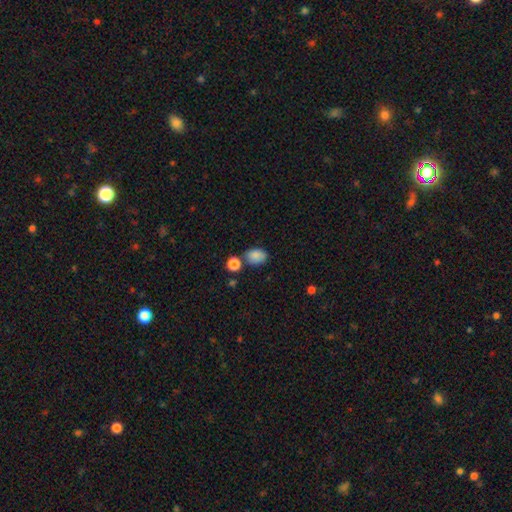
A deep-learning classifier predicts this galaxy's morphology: Smooth or featured: smooth — 85% (star or artifact — 9%)
How rounded: in between — 72% (round — 27%)
Merging: none — 65% (minor disturbance — 16%)